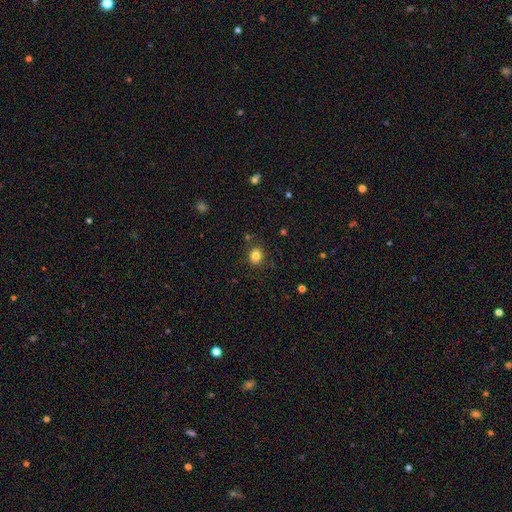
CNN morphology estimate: smooth-or-featured: smooth: 82% | star or artifact: 12% | featured or disk: 6%
  how-rounded: round: 75% | in between: 25% | cigar-shaped: 1%
  merging: none: 84% | minor disturbance: 10% | major disturbance: 3% | merger: 3%